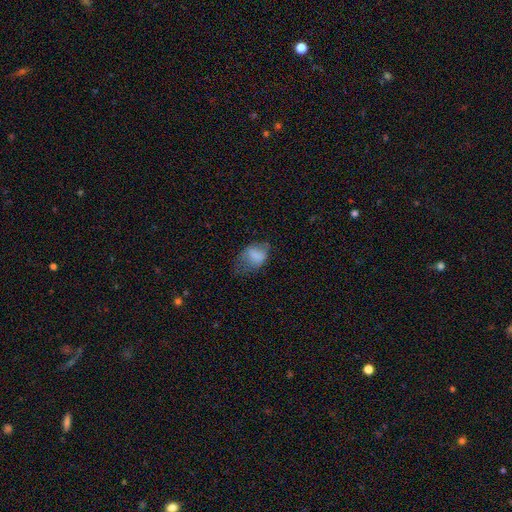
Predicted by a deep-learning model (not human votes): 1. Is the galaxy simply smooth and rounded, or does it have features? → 73% smooth, 18% featured or disk, 9% star or artifact.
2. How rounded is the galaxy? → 77% in between, 22% round, 1% cigar-shaped.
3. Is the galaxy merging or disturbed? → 34% minor disturbance, 33% none, 31% major disturbance, 2% merger.